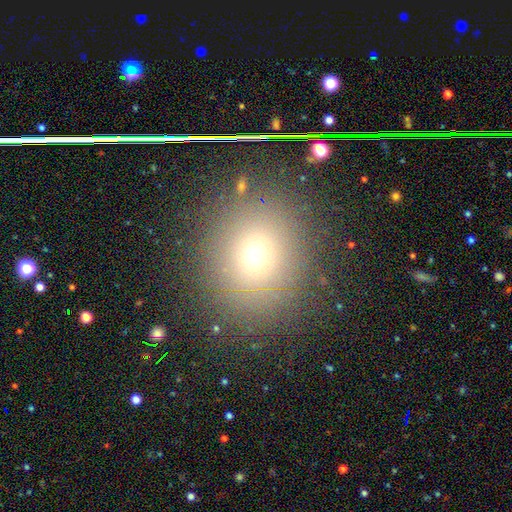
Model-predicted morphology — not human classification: smooth 62%, star or artifact 27%, featured or disk 11%. Down the decision tree: how rounded — round (78%); merging — none (85%).